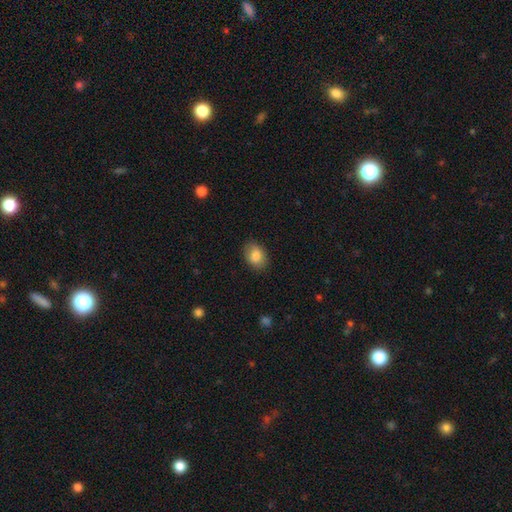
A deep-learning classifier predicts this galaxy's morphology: The model was most divided on "how rounded": in between: 80%, round: 19%, cigar-shaped: 1%. More confident: smooth or featured — smooth (82%); merging — none (82%).